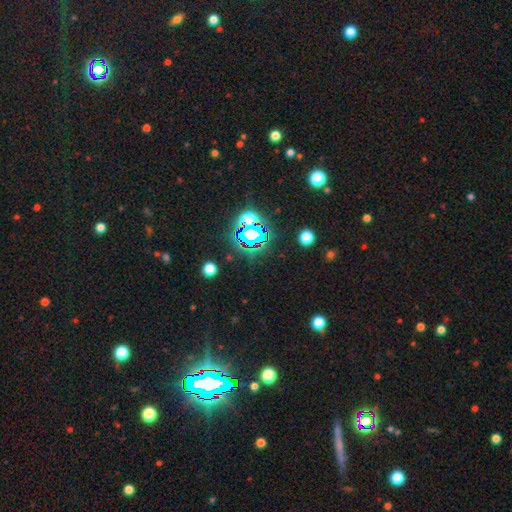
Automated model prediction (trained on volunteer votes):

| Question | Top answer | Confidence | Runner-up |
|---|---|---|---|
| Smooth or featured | star or artifact | 83% | smooth (10%) |